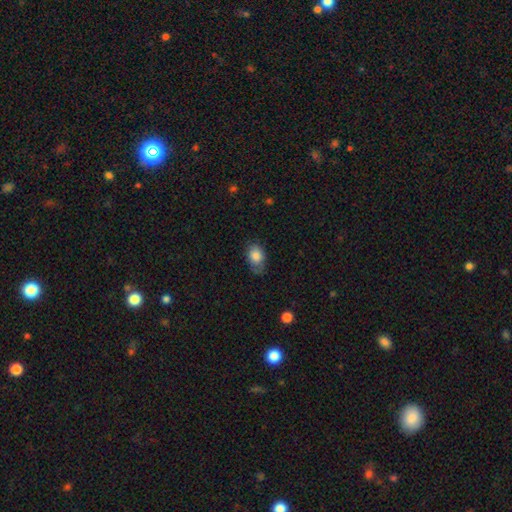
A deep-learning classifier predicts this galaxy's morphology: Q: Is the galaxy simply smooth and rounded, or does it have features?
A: smooth — 81%.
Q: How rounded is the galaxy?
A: in between — 81%.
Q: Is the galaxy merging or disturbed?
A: none — 58%.